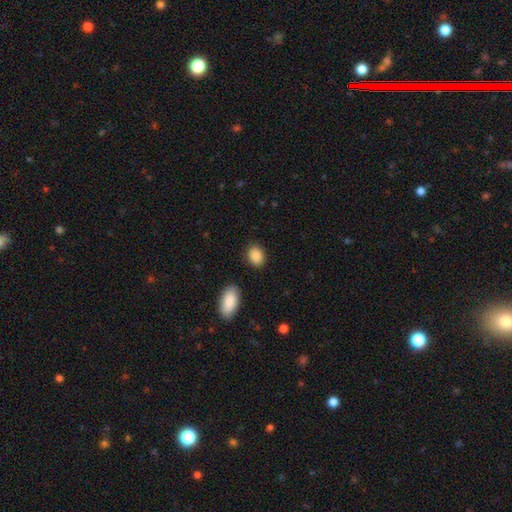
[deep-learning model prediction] Smooth or featured: smooth — 89% (star or artifact — 7%)
How rounded: in between — 68% (round — 31%)
Merging: none — 84% (minor disturbance — 11%)